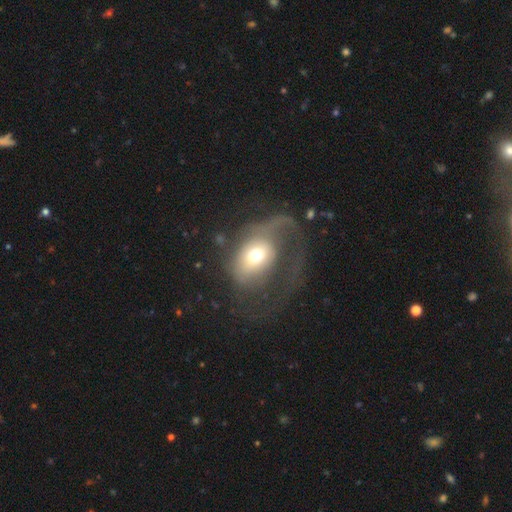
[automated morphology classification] Smooth or featured: smooth — 52% (featured or disk — 39%)
How rounded: in between — 53% (round — 45%)
Merging: major disturbance — 65% (none — 20%)